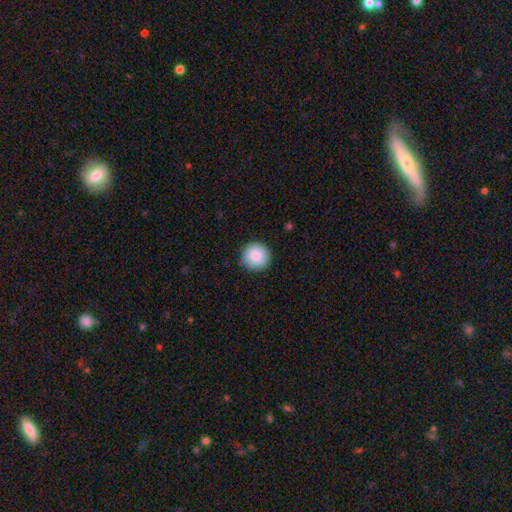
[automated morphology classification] Q: Smooth or featured?
A: smooth (87%); runner-up: star or artifact (7%)
Q: How rounded?
A: round (96%); runner-up: in between (3%)
Q: Merging?
A: none (90%); runner-up: minor disturbance (7%)